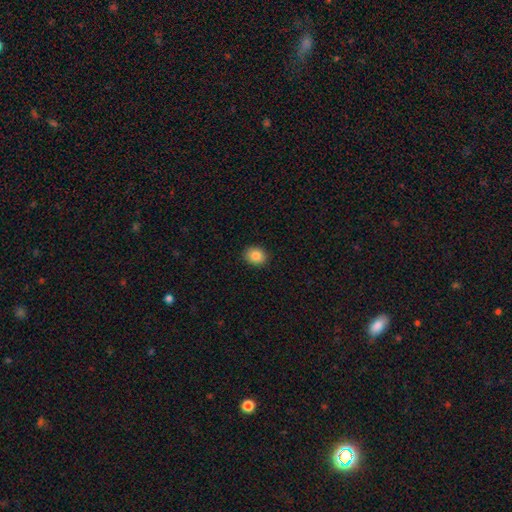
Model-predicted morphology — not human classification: Smooth or featured: smooth — 85% (star or artifact — 9%)
How rounded: round — 60% (in between — 39%)
Merging: none — 91% (minor disturbance — 7%)